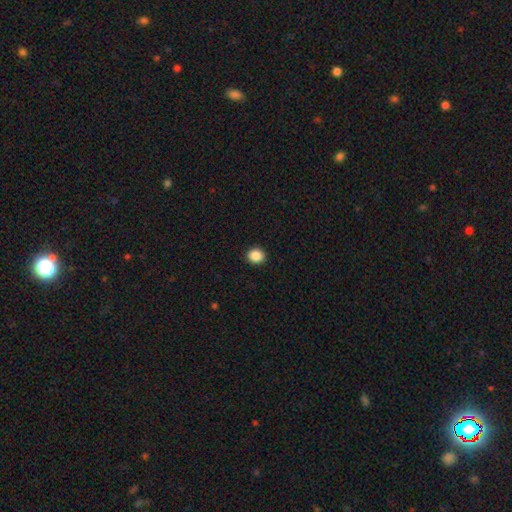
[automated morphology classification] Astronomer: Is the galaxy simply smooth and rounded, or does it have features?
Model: smooth — 88%.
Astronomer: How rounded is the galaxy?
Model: round — 77%.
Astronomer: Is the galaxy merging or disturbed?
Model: none — 92%.